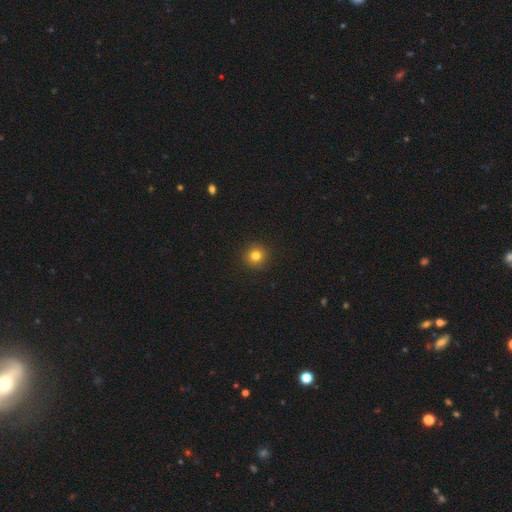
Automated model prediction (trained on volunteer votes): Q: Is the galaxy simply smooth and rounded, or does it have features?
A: smooth — 81%.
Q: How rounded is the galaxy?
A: round — 94%.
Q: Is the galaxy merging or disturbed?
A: none — 92%.